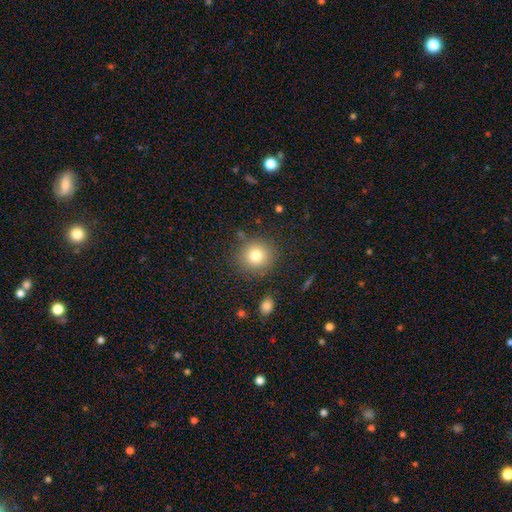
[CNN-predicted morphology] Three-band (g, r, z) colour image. It shows a smooth galaxy with no disk features (79%) that is round (90%). Merging: none (85%).